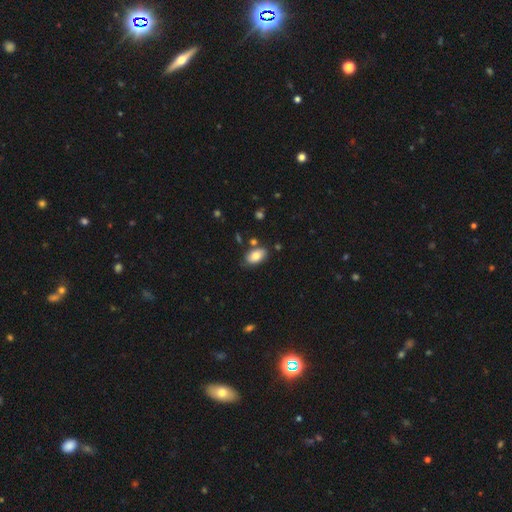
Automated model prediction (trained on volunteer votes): Smooth or featured? smooth (83%)
How rounded? in between (93%)
Merging? none (76%)